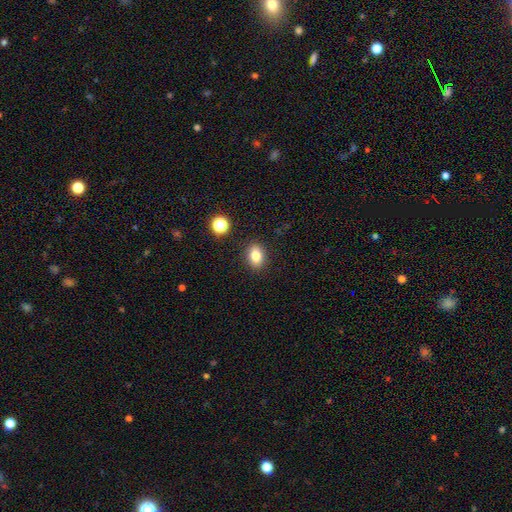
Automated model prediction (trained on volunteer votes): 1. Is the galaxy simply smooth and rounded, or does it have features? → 81% smooth, 11% star or artifact, 8% featured or disk.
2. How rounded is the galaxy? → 74% in between, 24% round, 2% cigar-shaped.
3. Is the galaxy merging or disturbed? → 88% none, 8% minor disturbance, 2% major disturbance, 2% merger.